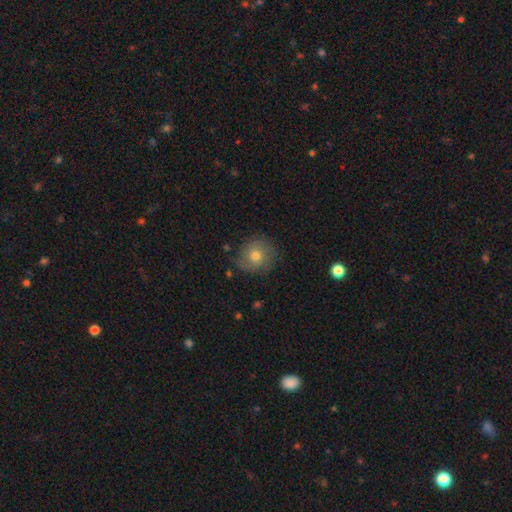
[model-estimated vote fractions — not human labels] This appears to be a smooth galaxy with no disk features (65%) that is round (84%). Merging: none (78%).